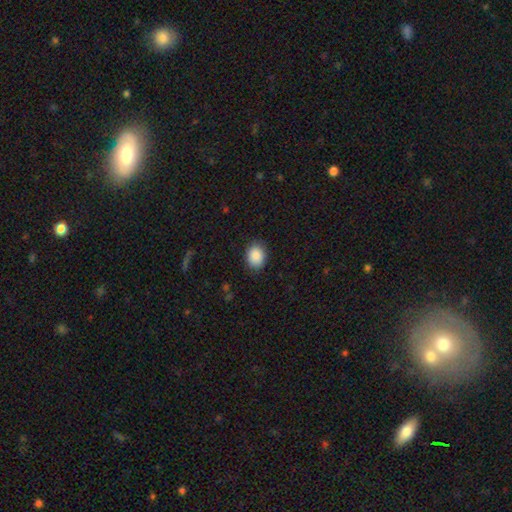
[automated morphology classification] The model was most divided on "how rounded": in between: 62%, round: 37%, cigar-shaped: 1%. More confident: smooth or featured — smooth (89%); merging — none (85%).